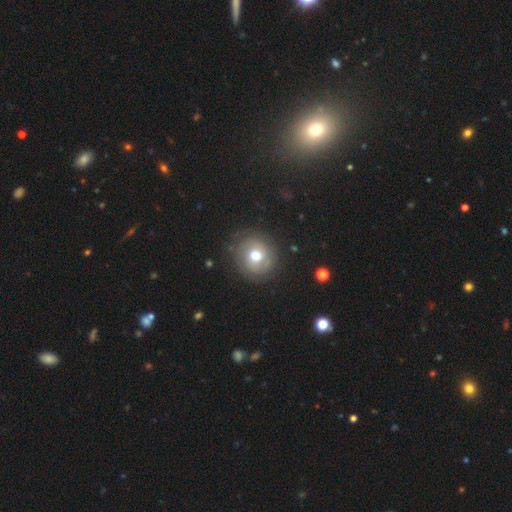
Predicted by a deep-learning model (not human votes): Q: Smooth or featured?
A: smooth (59%); runner-up: featured or disk (31%)
Q: How rounded?
A: round (89%); runner-up: in between (10%)
Q: Merging?
A: none (80%); runner-up: minor disturbance (13%)